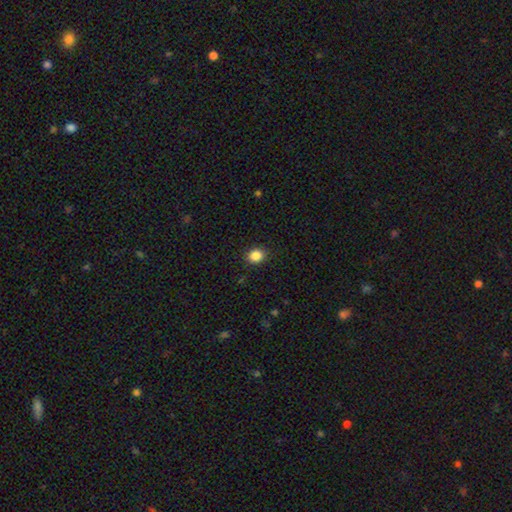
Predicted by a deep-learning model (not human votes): This appears to be a smooth galaxy with no disk features (86%) that is round (63%). Merging: none (90%).